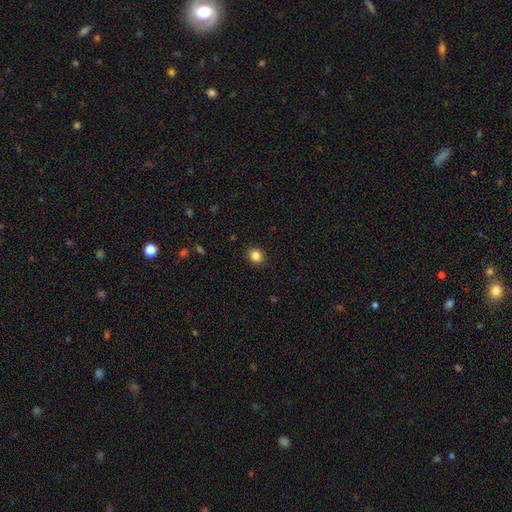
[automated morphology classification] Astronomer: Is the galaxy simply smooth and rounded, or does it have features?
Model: smooth — 85%.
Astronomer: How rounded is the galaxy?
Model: round — 78%.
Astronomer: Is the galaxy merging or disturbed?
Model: none — 91%.